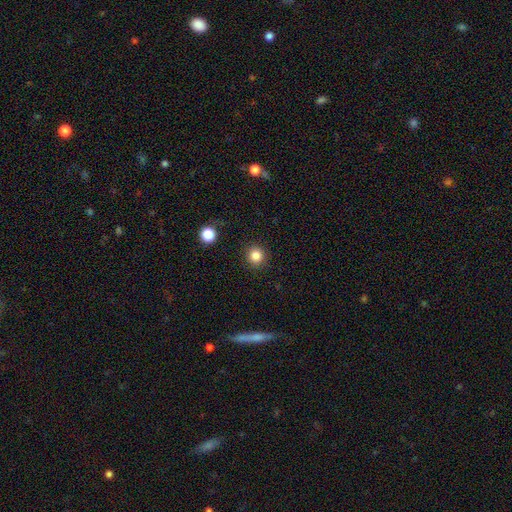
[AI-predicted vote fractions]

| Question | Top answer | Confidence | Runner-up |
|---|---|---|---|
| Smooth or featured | smooth | 84% | star or artifact (12%) |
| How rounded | round | 93% | in between (7%) |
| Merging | none | 91% | minor disturbance (5%) |